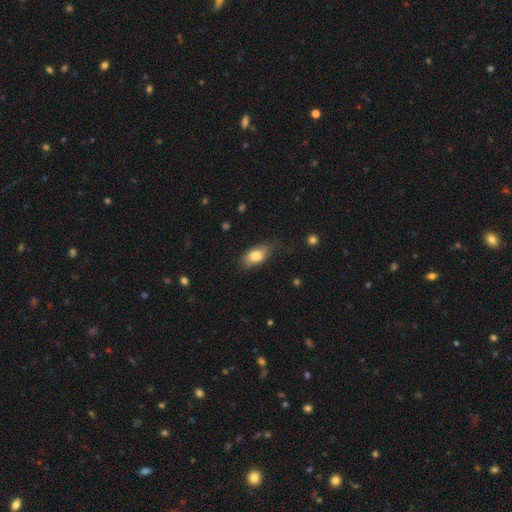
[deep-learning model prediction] This appears to be a smooth galaxy with no disk features (78%) that is in between round and cigar-shaped (88%). Merging: none (70%).